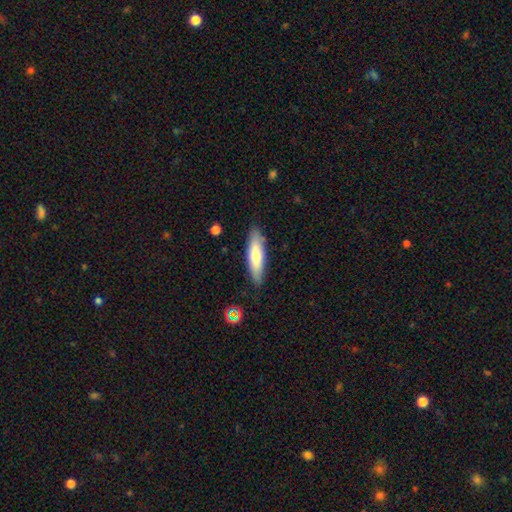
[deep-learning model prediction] Smooth or featured: smooth — 69% (featured or disk — 25%)
How rounded: cigar-shaped — 62% (in between — 36%)
Merging: none — 84% (minor disturbance — 12%)